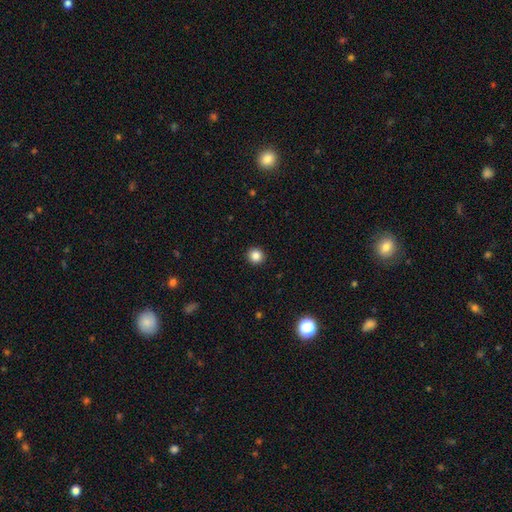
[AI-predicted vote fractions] Smooth or featured? smooth (86%)
How rounded? round (94%)
Merging? none (93%)